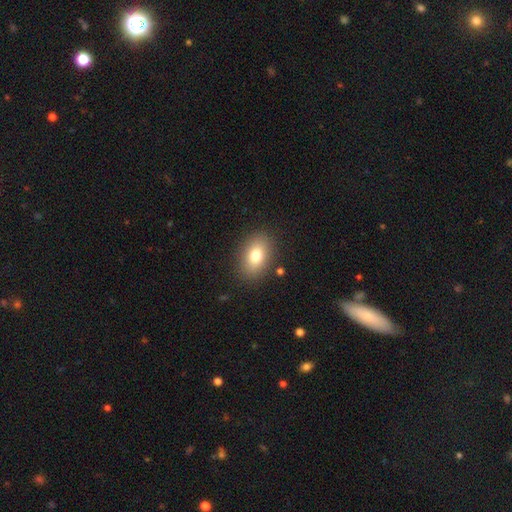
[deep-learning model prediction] A smooth galaxy with no disk features (76%) that is in between round and cigar-shaped (80%).

Vote fractions:
- Smooth or featured? smooth: 76% / featured or disk: 14% / star or artifact: 10%
- How rounded? in between: 80% / round: 18% / cigar-shaped: 2%
- Merging? none: 87% / minor disturbance: 9% / major disturbance: 3% / merger: 2%